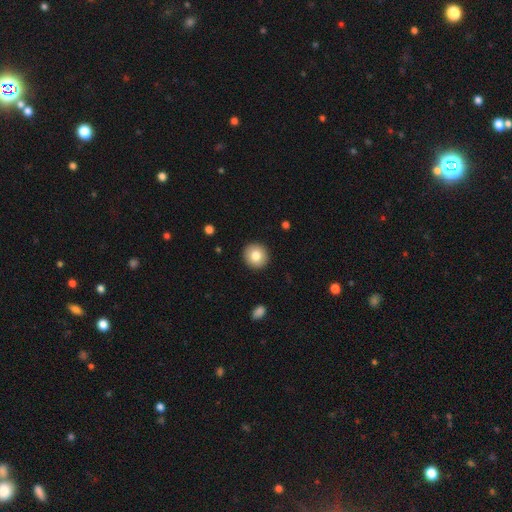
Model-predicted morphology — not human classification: This is clearly a smooth galaxy (81%). How rounded: clearly round (93%). Merging: clearly none (92%).